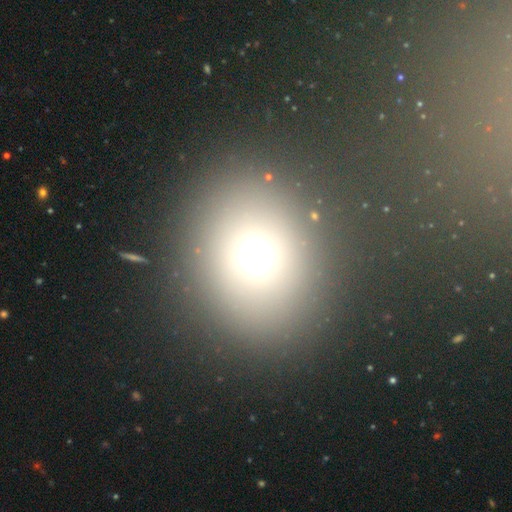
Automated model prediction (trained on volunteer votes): Smooth or featured?
  - smooth: 71% *
  - star or artifact: 19%
  - featured or disk: 10%
How rounded?
  - round: 67% *
  - in between: 32%
  - cigar-shaped: 1%
Merging?
  - none: 82% *
  - minor disturbance: 9%
  - major disturbance: 5%
  - merger: 4%